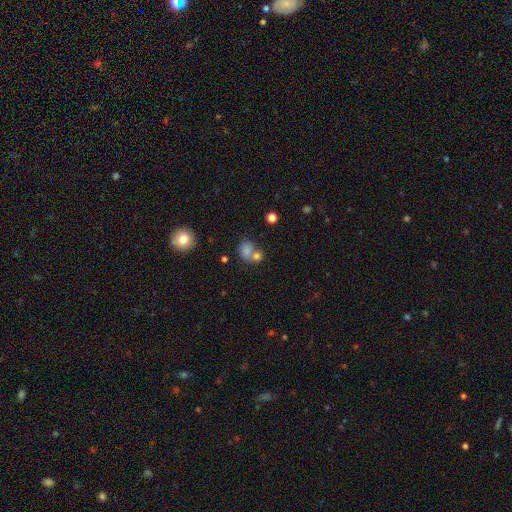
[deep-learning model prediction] Smooth or featured? smooth (75%)
How rounded? round (53%)
Merging? merger (49%)